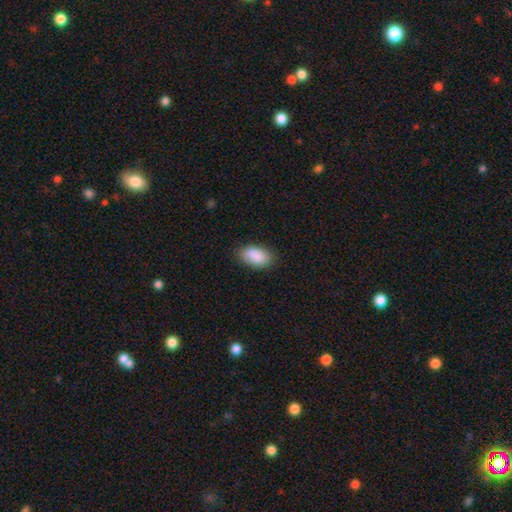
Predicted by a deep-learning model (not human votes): A smooth galaxy with no disk features (90%) that is in between round and cigar-shaped (94%). Merging: none (82%).